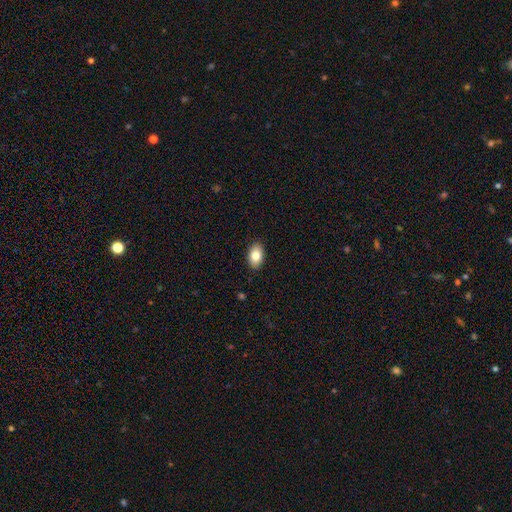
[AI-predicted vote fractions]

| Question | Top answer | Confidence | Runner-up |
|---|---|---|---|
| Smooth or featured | smooth | 82% | featured or disk (10%) |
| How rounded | in between | 90% | round (8%) |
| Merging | none | 90% | minor disturbance (7%) |